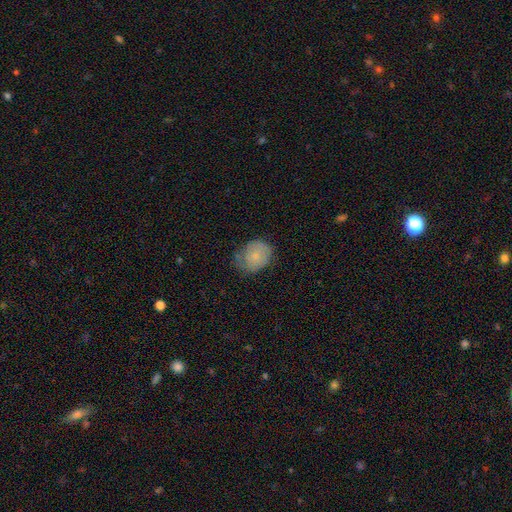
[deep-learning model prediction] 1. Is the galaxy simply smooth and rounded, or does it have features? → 73% smooth, 20% featured or disk, 7% star or artifact.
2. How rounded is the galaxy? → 55% round, 44% in between, 1% cigar-shaped.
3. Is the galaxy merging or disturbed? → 51% none, 35% minor disturbance, 12% major disturbance, 2% merger.